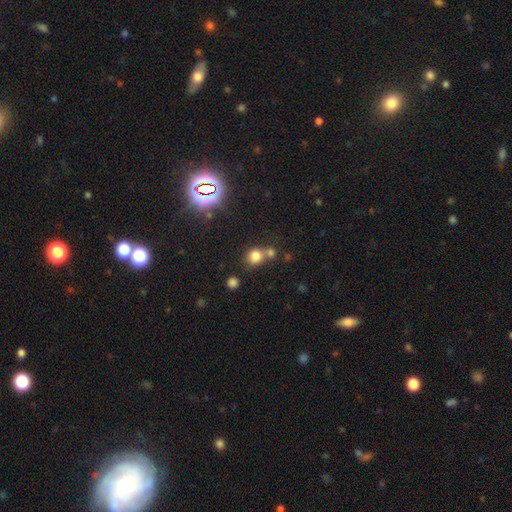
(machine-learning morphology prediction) Overall: smooth (77%). How rounded: round (76%). Merging: none (51%; merger 35%).